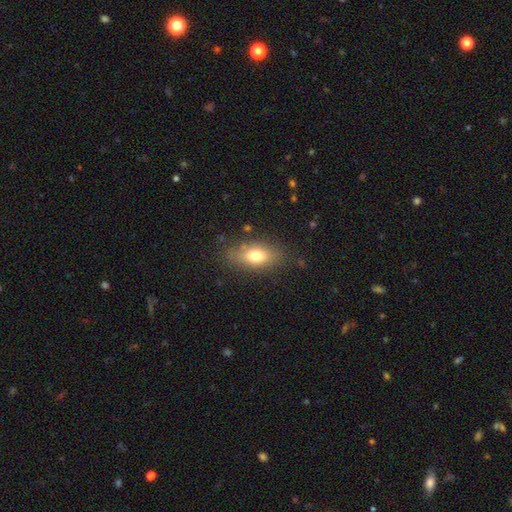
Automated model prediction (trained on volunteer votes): Overall: smooth (74%). How rounded: in between (83%). Merging: none (80%).